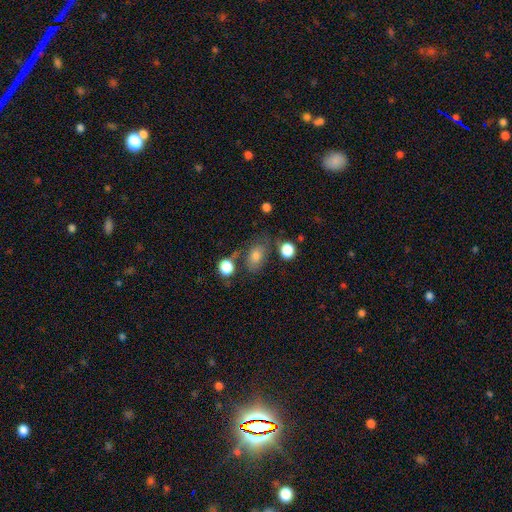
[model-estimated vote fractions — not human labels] Smooth or featured: smooth — 72% (featured or disk — 14%)
How rounded: in between — 78% (round — 20%)
Merging: none — 58% (minor disturbance — 21%)